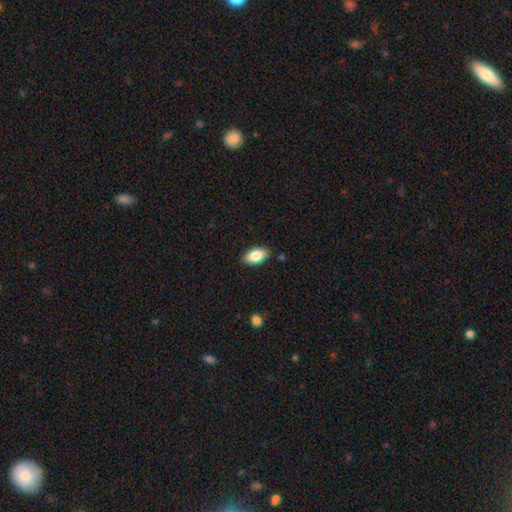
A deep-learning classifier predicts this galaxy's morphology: Smooth or featured: smooth — 83% (featured or disk — 10%)
How rounded: in between — 92% (cigar-shaped — 4%)
Merging: none — 86% (minor disturbance — 10%)